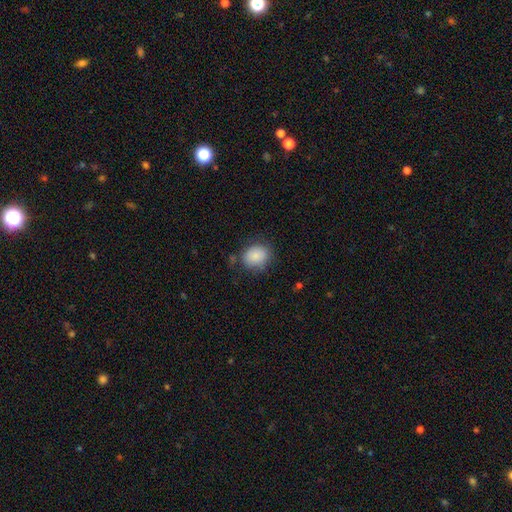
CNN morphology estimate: smooth-or-featured: smooth: 86% | star or artifact: 8% | featured or disk: 6%
  how-rounded: round: 55% | in between: 44% | cigar-shaped: 1%
  merging: none: 74% | minor disturbance: 18% | major disturbance: 5% | merger: 3%